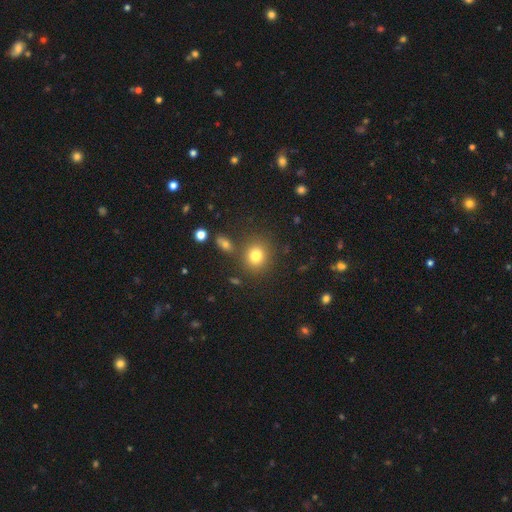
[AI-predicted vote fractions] Smooth or featured? smooth (79%)
How rounded? round (78%)
Merging? none (81%)